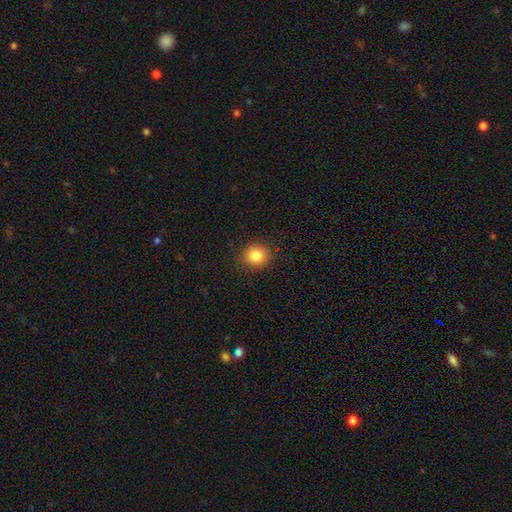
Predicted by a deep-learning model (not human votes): Overall: smooth (86%). How rounded: round (85%). Merging: none (89%).